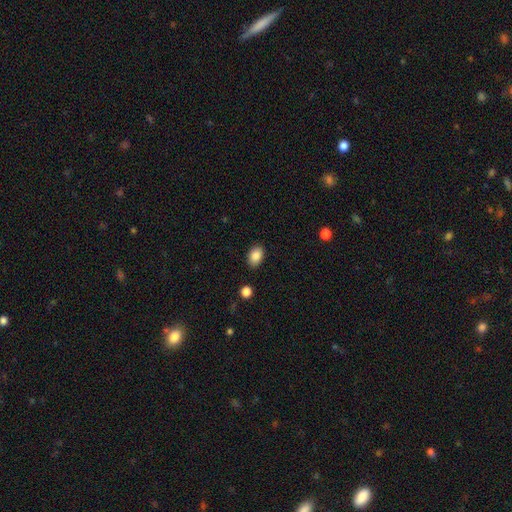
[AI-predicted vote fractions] Smooth or featured?
  - smooth: 87% *
  - star or artifact: 8%
  - featured or disk: 5%
How rounded?
  - in between: 86% *
  - round: 13%
  - cigar-shaped: 1%
Merging?
  - none: 86% *
  - minor disturbance: 10%
  - major disturbance: 2%
  - merger: 2%